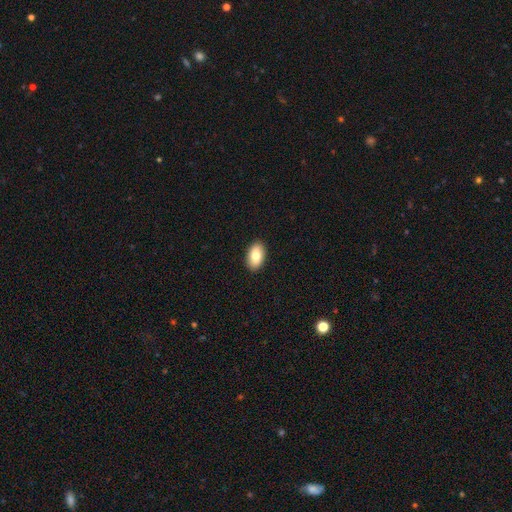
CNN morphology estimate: A smooth galaxy with no disk features (81%) that is in between round and cigar-shaped (93%).

Vote fractions:
- Smooth or featured? smooth: 81% / featured or disk: 12% / star or artifact: 7%
- How rounded? in between: 93% / round: 5% / cigar-shaped: 2%
- Merging? none: 91% / minor disturbance: 7% / major disturbance: 2% / merger: 1%